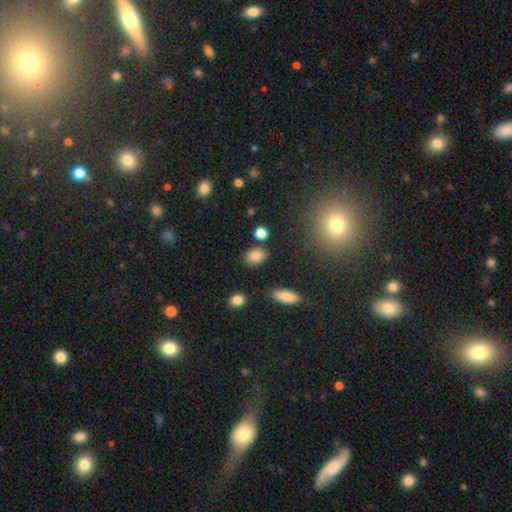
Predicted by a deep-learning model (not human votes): This is clearly a smooth galaxy (85%). How rounded: likely in between (67%). Merging: clearly none (81%).